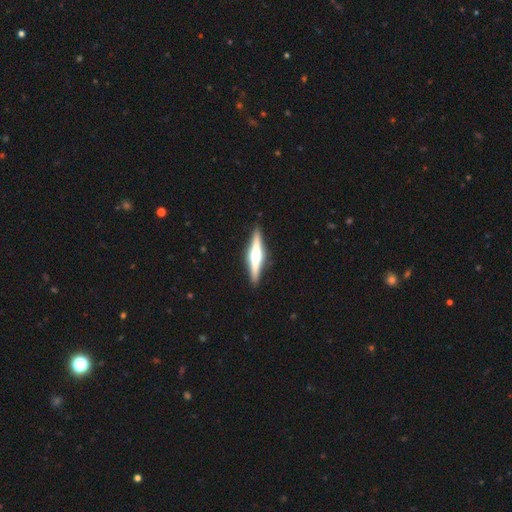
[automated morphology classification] Smooth or featured: featured or disk — 70% (smooth — 25%)
Edge-on disk: yes — 98% (no — 2%)
Edge-on bulge: rounded — 81% (boxy — 13%)
Merging: none — 91% (minor disturbance — 6%)